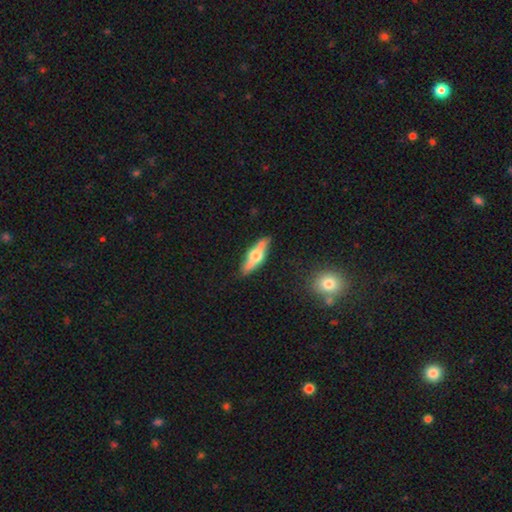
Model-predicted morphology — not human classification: Overall: featured or disk (57%; smooth 37%). Edge-on disk: yes (90%). Edge-on bulge: rounded (93%). Merging: none (84%).